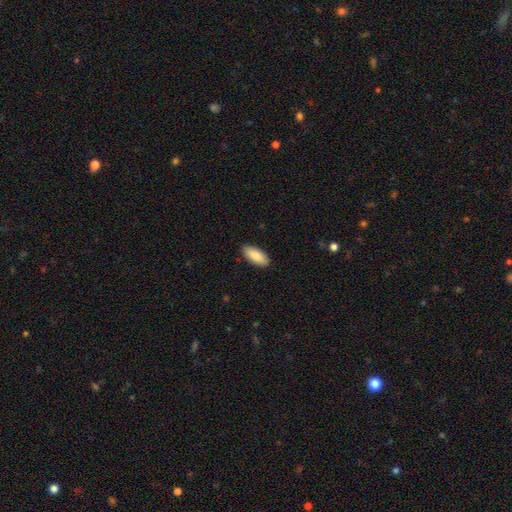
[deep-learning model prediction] A smooth galaxy with no disk features (87%) that is in between round and cigar-shaped (86%).

Vote fractions:
- Smooth or featured? smooth: 87% / featured or disk: 7% / star or artifact: 6%
- How rounded? in between: 86% / cigar-shaped: 12% / round: 2%
- Merging? none: 89% / minor disturbance: 8% / major disturbance: 2% / merger: 1%